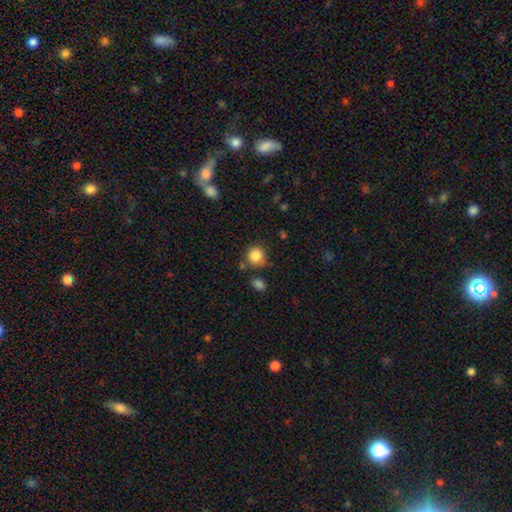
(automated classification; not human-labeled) smooth-or-featured: smooth: 84% | star or artifact: 10% | featured or disk: 5%
  how-rounded: round: 89% | in between: 10% | cigar-shaped: 1%
  merging: none: 76% | minor disturbance: 13% | merger: 7% | major disturbance: 4%